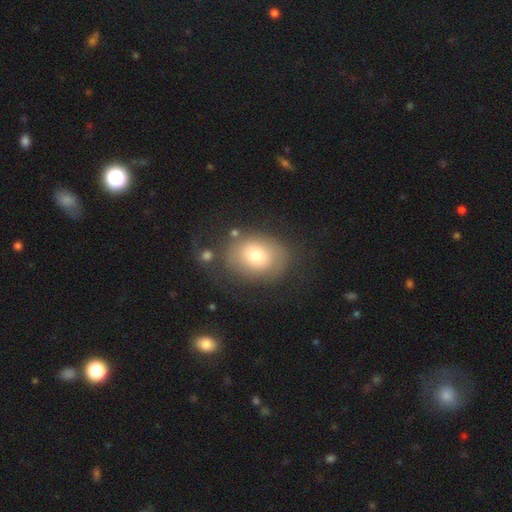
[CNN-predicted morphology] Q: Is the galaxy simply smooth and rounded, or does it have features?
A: smooth — 69%.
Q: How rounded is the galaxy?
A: in between — 52%.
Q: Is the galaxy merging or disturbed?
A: none — 64%.